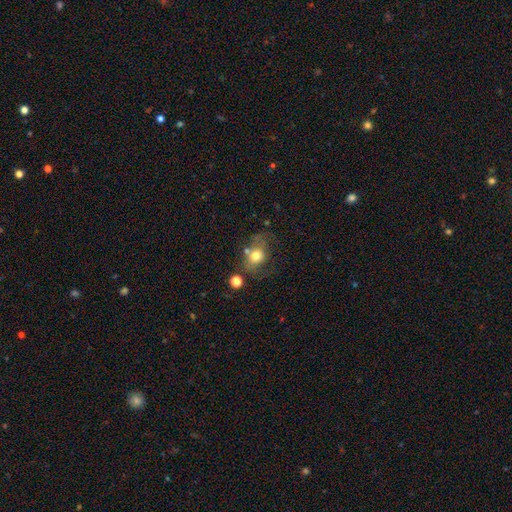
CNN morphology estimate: This is likely a smooth galaxy (65%). How rounded: possibly round (50%). Merging: possibly none (45%).